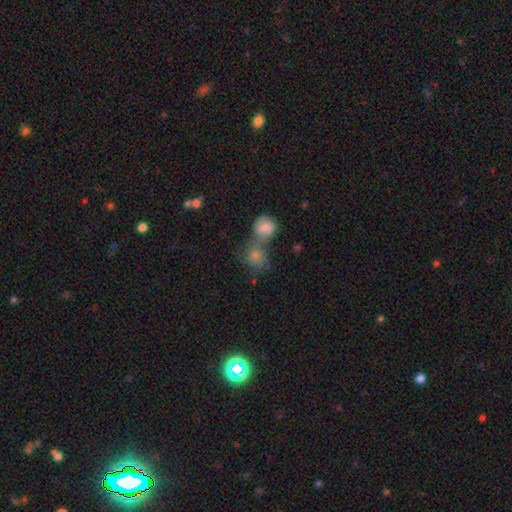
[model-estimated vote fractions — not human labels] The model was most divided on "merging": merger: 62%, none: 25%, minor disturbance: 8%, major disturbance: 5%. More confident: smooth or featured — smooth (77%); how rounded — round (74%).